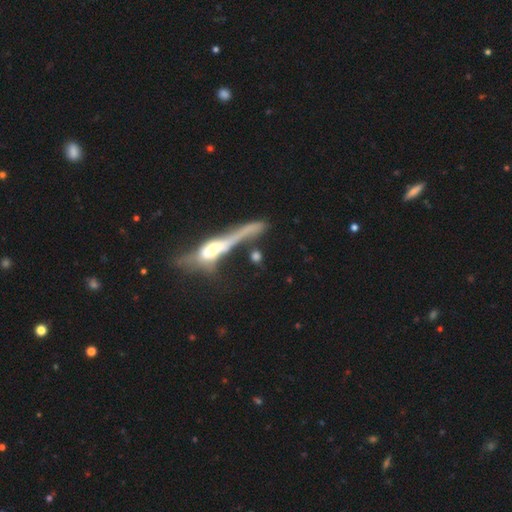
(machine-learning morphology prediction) This appears to be a featured or disk galaxy (45%). Merging: merger (31%).